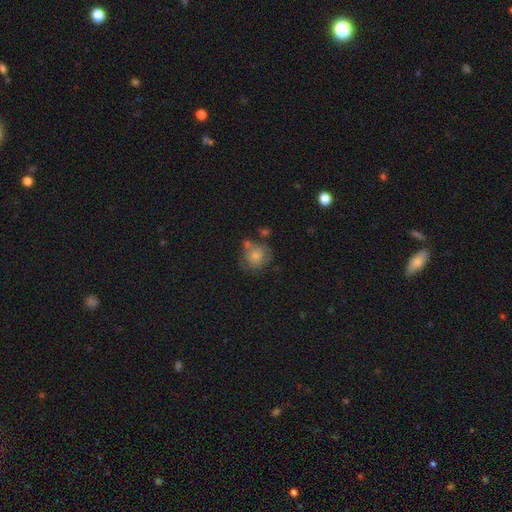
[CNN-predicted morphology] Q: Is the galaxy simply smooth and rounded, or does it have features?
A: smooth — 66%.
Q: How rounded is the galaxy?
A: round — 82%.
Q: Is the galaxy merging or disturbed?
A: none — 51%.